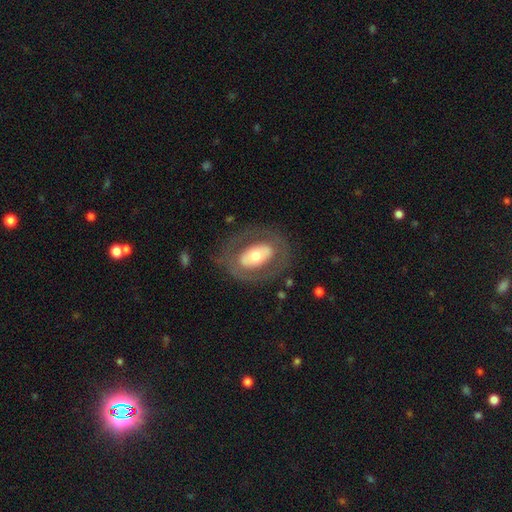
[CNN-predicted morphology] This is possibly a featured or disk galaxy (55%). It is clearly not viewed edge-on (91%). Bar: likely no (66%). Spiral arm pattern: clearly no (84%). Central bulge: possibly moderate (58%). Merging: likely none (74%).